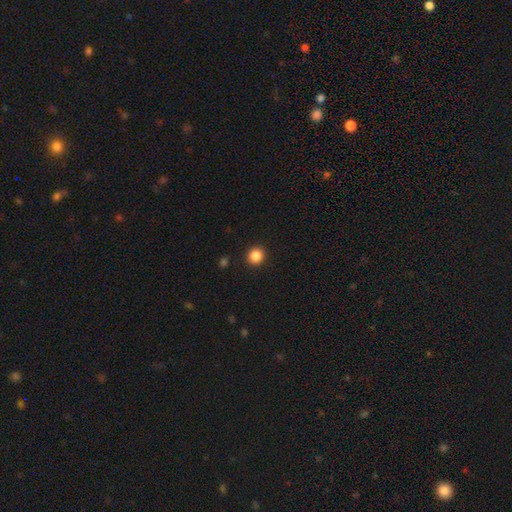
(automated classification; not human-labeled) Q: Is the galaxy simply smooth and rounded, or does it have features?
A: smooth — 86%.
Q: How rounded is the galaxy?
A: round — 91%.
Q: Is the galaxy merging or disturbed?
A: none — 93%.